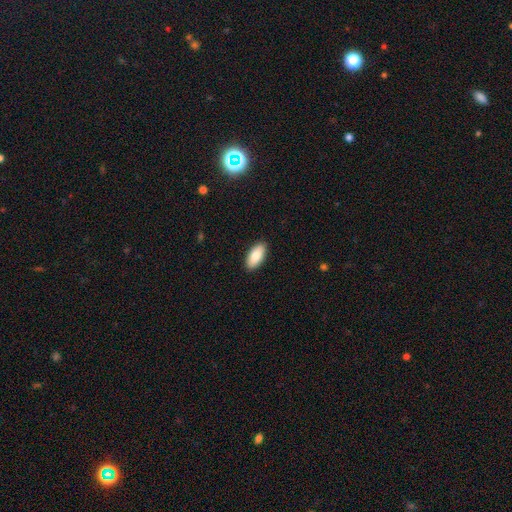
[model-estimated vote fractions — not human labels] Overall: smooth (84%). How rounded: in between (92%). Merging: none (90%).